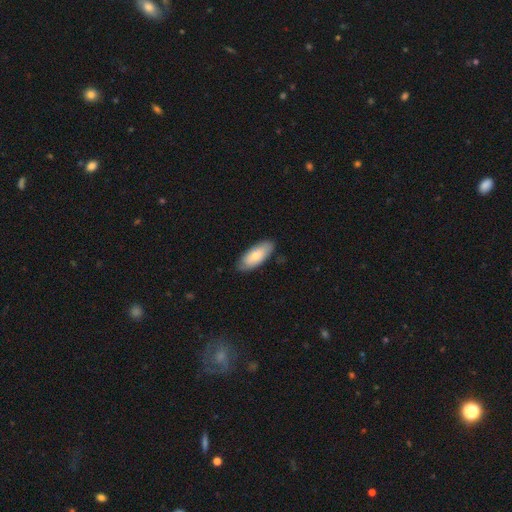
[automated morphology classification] smooth 78%, featured or disk 17%, star or artifact 5%. Down the decision tree: how rounded — in between (83%); merging — none (81%).